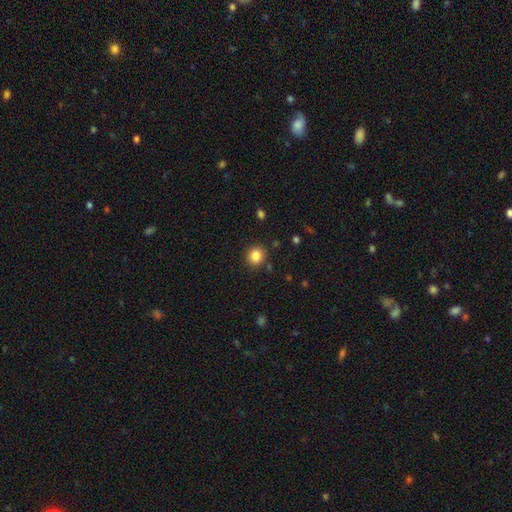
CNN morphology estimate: Smooth or featured? smooth (84%)
How rounded? round (84%)
Merging? none (88%)